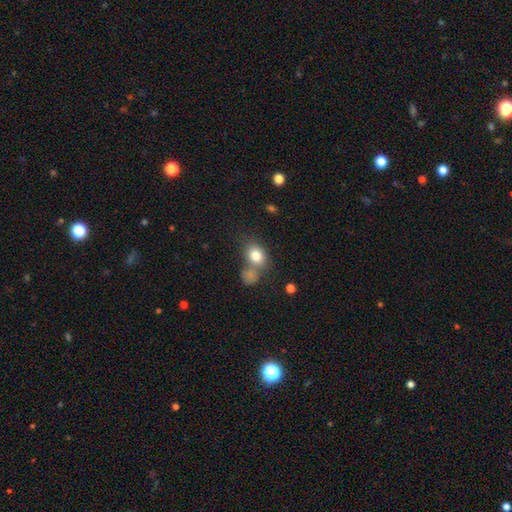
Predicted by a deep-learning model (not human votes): Smooth or featured?
  - smooth: 80% *
  - star or artifact: 10%
  - featured or disk: 10%
How rounded?
  - round: 50% *
  - in between: 48%
  - cigar-shaped: 1%
Merging?
  - none: 48% *
  - merger: 33%
  - minor disturbance: 13%
  - major disturbance: 6%